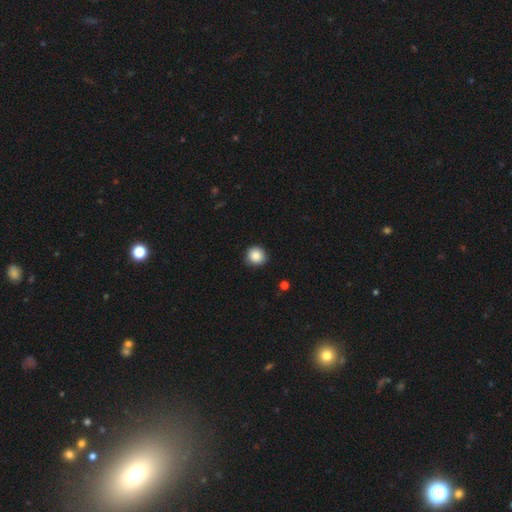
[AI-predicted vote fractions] smooth 87%, star or artifact 9%, featured or disk 4%. Down the decision tree: how rounded — round (89%); merging — none (87%).